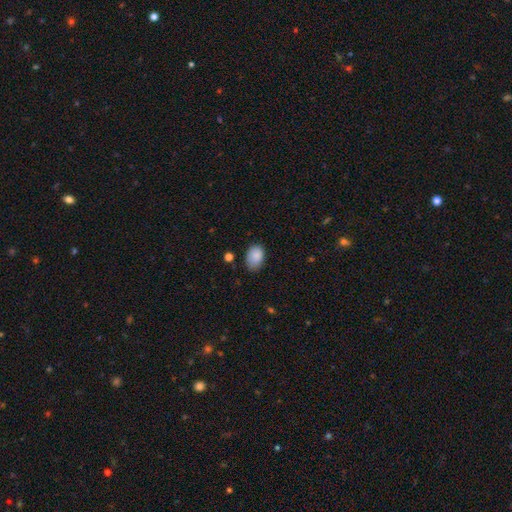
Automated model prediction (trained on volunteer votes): Q: Smooth or featured?
A: smooth (88%); runner-up: star or artifact (8%)
Q: How rounded?
A: in between (83%); runner-up: round (16%)
Q: Merging?
A: none (68%); runner-up: minor disturbance (26%)